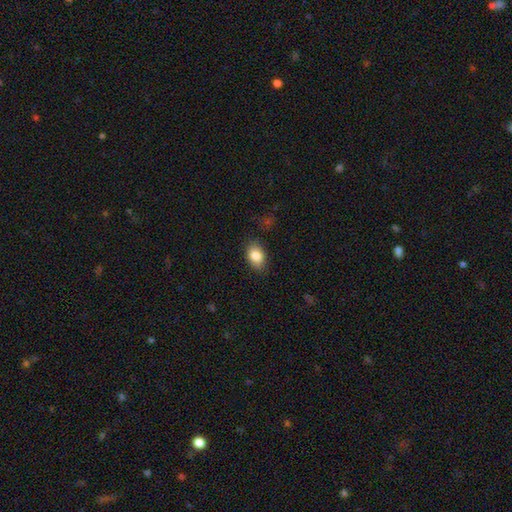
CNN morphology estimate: Smooth or featured: smooth — 85% (star or artifact — 8%)
How rounded: in between — 82% (round — 16%)
Merging: none — 84% (minor disturbance — 12%)